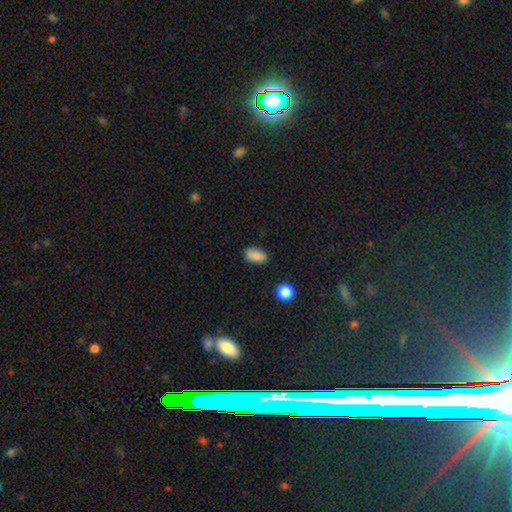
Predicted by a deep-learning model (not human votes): smooth-or-featured: smooth: 85% | star or artifact: 9% | featured or disk: 6%
  how-rounded: in between: 90% | round: 8% | cigar-shaped: 3%
  merging: none: 80% | minor disturbance: 15% | major disturbance: 3% | merger: 2%